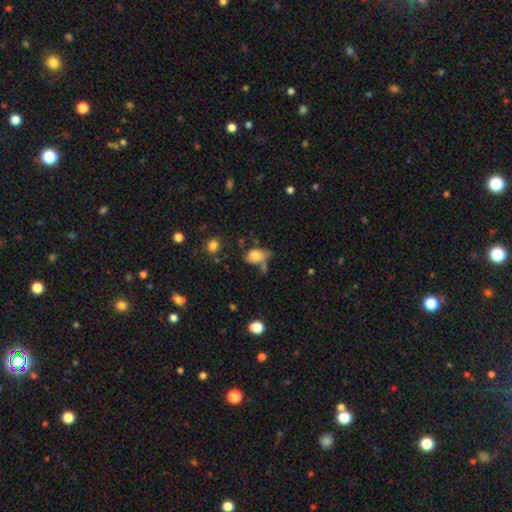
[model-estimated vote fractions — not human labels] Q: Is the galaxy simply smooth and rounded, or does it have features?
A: smooth — 77%.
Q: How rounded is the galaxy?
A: in between — 85%.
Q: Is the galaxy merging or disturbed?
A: none — 44%.